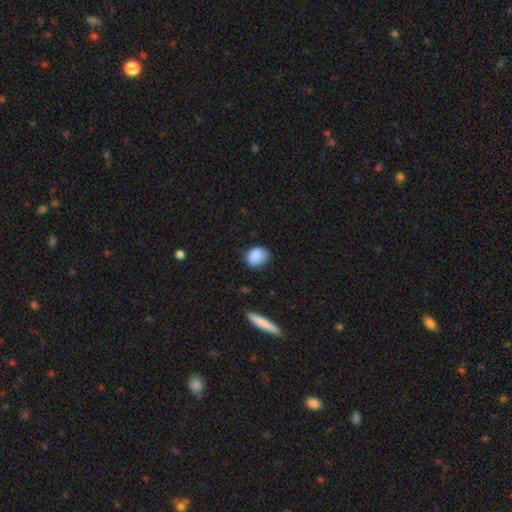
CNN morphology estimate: This is clearly a smooth galaxy (87%). How rounded: possibly in between (56%). Merging: likely none (72%).